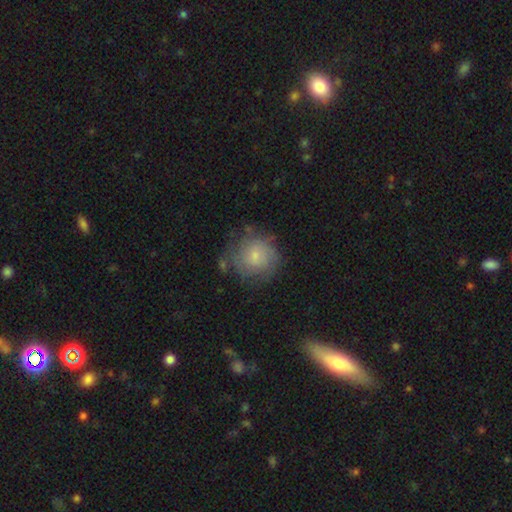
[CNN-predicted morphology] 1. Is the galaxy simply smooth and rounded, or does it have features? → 62% smooth, 29% featured or disk, 8% star or artifact.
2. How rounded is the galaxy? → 90% round, 9% in between, 1% cigar-shaped.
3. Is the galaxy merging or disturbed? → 64% none, 21% minor disturbance, 11% major disturbance, 4% merger.